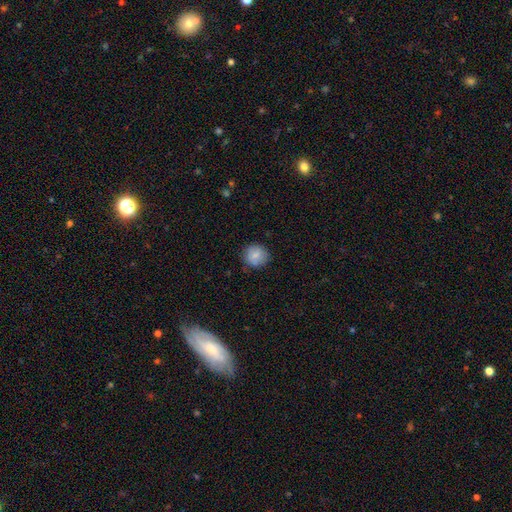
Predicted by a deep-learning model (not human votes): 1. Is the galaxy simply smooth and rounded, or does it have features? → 83% smooth, 9% featured or disk, 8% star or artifact.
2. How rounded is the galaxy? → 88% round, 11% in between, 1% cigar-shaped.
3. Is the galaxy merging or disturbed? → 81% none, 15% minor disturbance, 3% major disturbance, 1% merger.